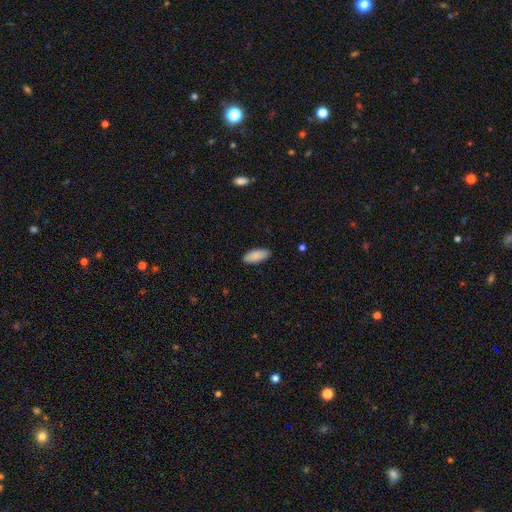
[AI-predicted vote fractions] Q: Smooth or featured?
A: smooth (89%); runner-up: star or artifact (6%)
Q: How rounded?
A: in between (86%); runner-up: cigar-shaped (13%)
Q: Merging?
A: none (88%); runner-up: minor disturbance (9%)